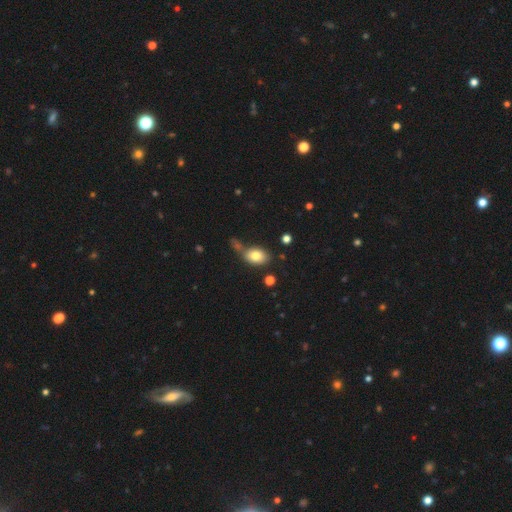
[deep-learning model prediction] Smooth or featured? smooth (79%)
How rounded? in between (81%)
Merging? none (54%)